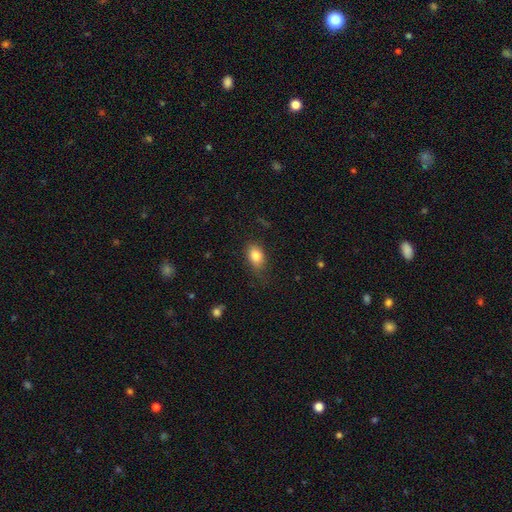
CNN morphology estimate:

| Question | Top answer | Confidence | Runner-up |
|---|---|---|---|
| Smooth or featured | smooth | 83% | featured or disk (9%) |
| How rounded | in between | 83% | round (15%) |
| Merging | none | 73% | minor disturbance (20%) |